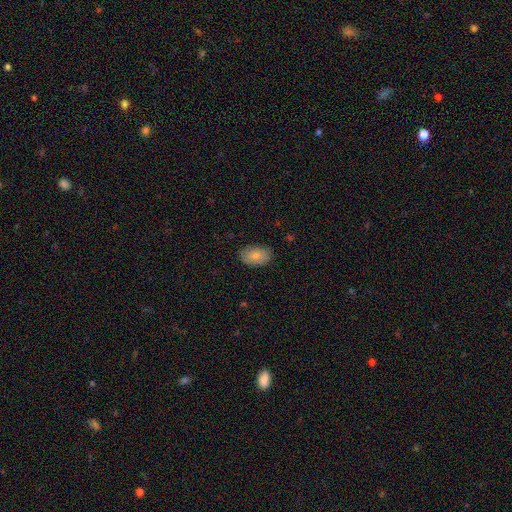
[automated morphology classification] A smooth galaxy with no disk features (82%) that is in between round and cigar-shaped (90%). Merging: none (86%).